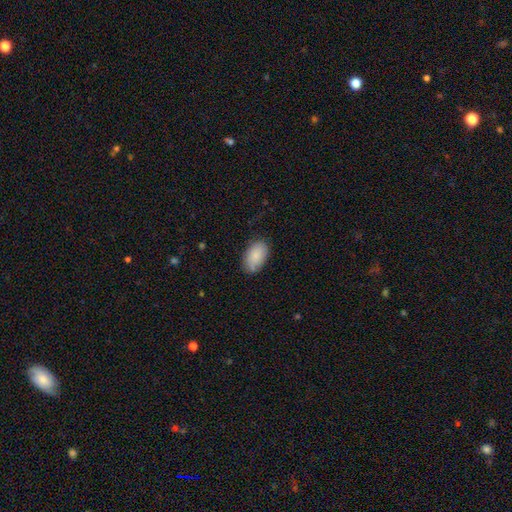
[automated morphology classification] A smooth galaxy with no disk features (86%) that is in between round and cigar-shaped (93%). Merging: none (76%).